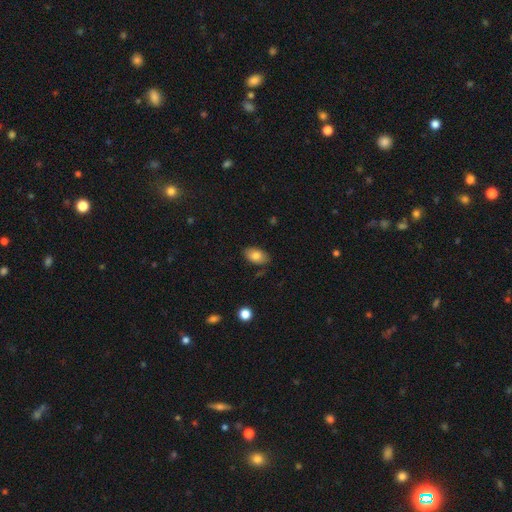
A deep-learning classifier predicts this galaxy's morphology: A smooth galaxy with no disk features (81%) that is in between round and cigar-shaped (91%). Merging: none (82%).